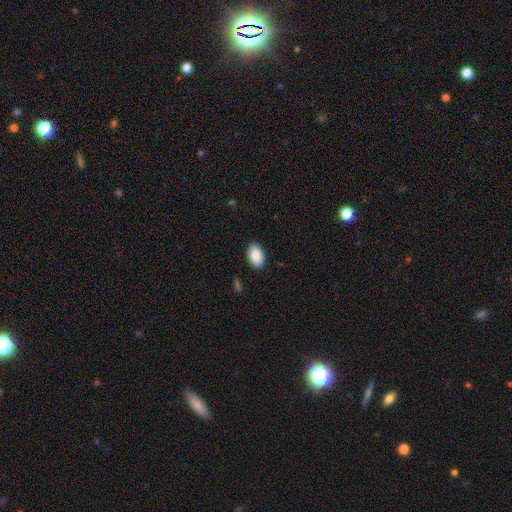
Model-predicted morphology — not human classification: type=smooth (90%); roundness=in between (93%); merging=none (88%).